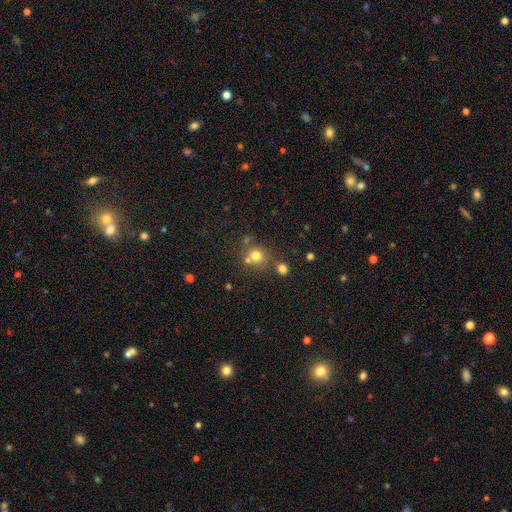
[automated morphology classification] This is likely a smooth galaxy (73%). How rounded: clearly round (88%). Merging: likely none (62%).